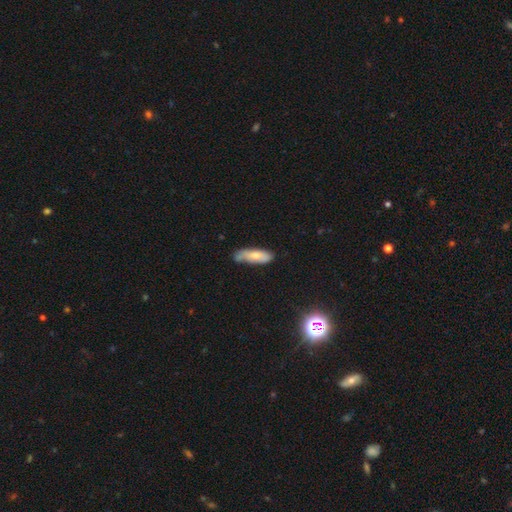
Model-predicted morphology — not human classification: Q: Smooth or featured?
A: smooth (72%); runner-up: featured or disk (22%)
Q: How rounded?
A: in between (54%); runner-up: cigar-shaped (44%)
Q: Merging?
A: none (50%); runner-up: minor disturbance (35%)